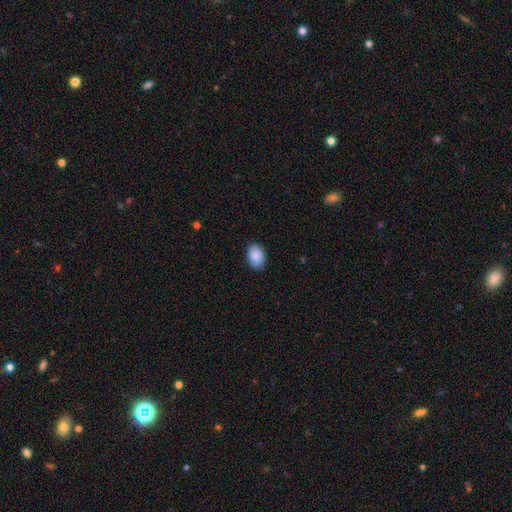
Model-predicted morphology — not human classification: A smooth galaxy with no disk features (89%) that is in between round and cigar-shaped (83%). Merging: none (85%).